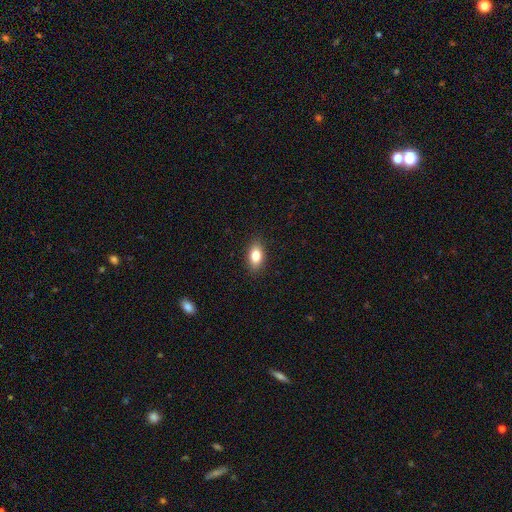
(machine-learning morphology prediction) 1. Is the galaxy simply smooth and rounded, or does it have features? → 82% smooth, 10% featured or disk, 8% star or artifact.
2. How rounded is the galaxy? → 88% in between, 7% round, 4% cigar-shaped.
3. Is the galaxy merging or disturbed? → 89% none, 8% minor disturbance, 2% major disturbance, 1% merger.